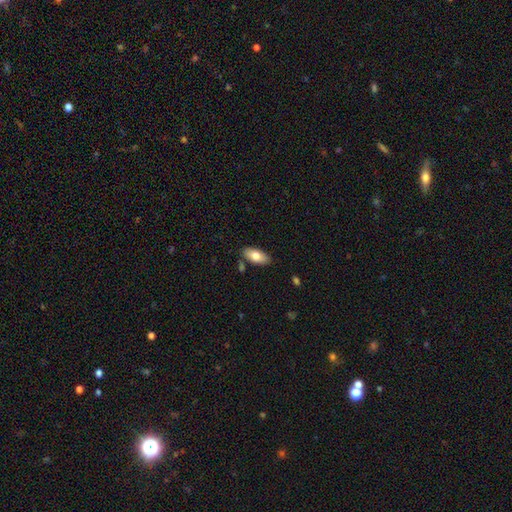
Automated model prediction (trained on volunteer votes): smooth 76%, featured or disk 18%, star or artifact 6%. Down the decision tree: how rounded — in between (89%); merging — none (84%).